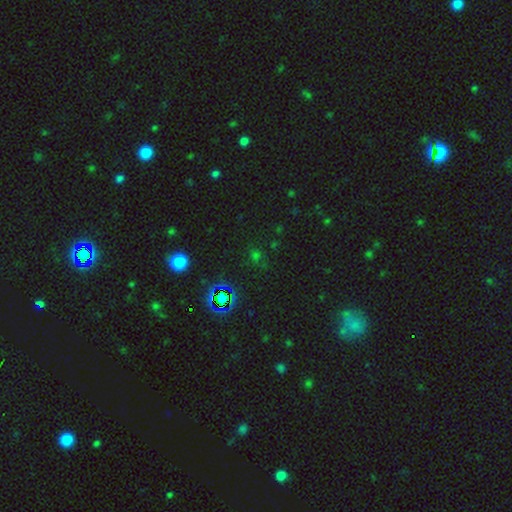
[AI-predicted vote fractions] Smooth or featured? star or artifact (59%)